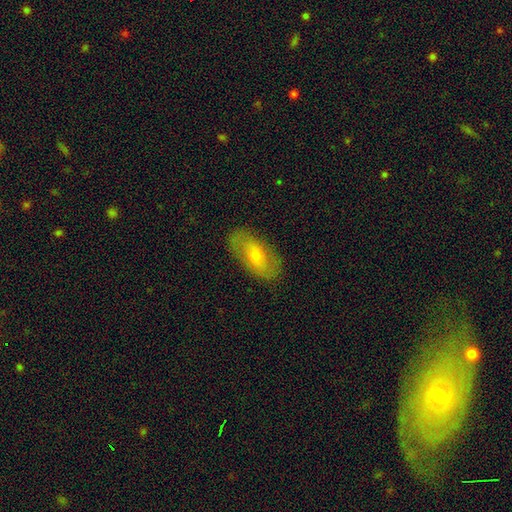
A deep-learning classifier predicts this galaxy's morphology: A smooth galaxy with no disk features (47%). Merging: none (83%).